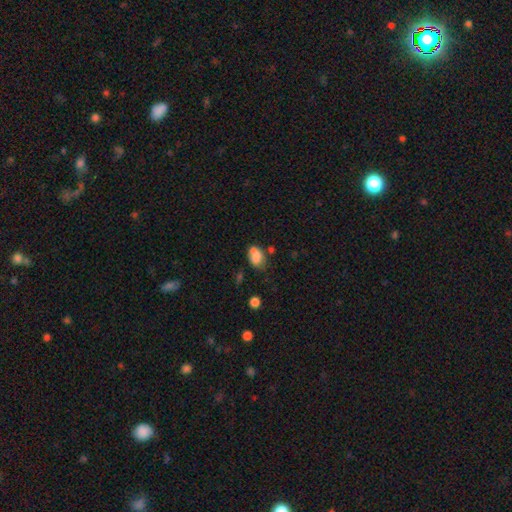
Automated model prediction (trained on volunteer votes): Overall: smooth (75%). How rounded: in between (82%). Merging: none (42%; minor disturbance 27%).